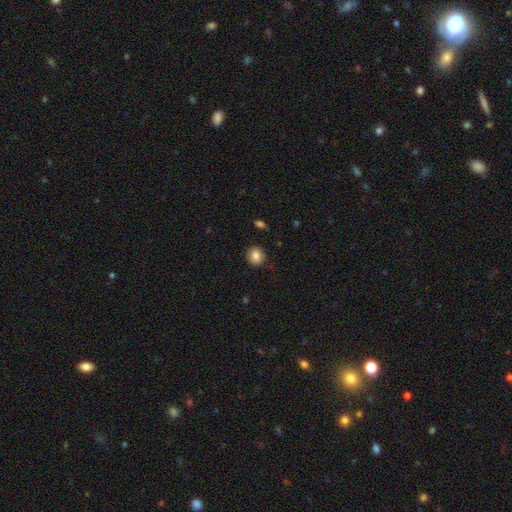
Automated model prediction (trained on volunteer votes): Smooth or featured?
  - smooth: 85% *
  - star or artifact: 9%
  - featured or disk: 6%
How rounded?
  - round: 82% *
  - in between: 17%
  - cigar-shaped: 1%
Merging?
  - none: 90% *
  - minor disturbance: 7%
  - major disturbance: 2%
  - merger: 1%